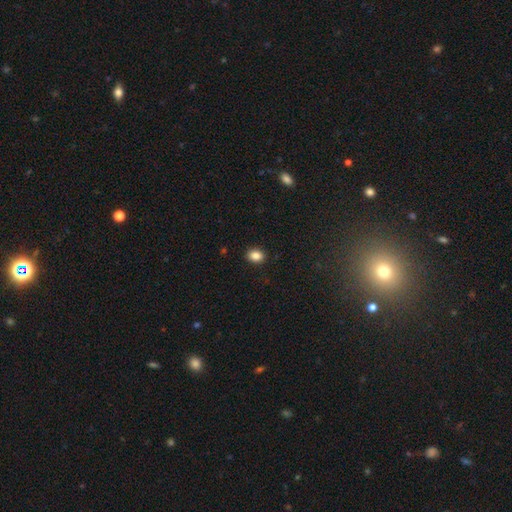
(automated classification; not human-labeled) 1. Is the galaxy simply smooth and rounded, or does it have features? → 87% smooth, 10% star or artifact, 4% featured or disk.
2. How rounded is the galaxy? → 59% in between, 40% round, 1% cigar-shaped.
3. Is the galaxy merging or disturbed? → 90% none, 7% minor disturbance, 2% major disturbance, 1% merger.